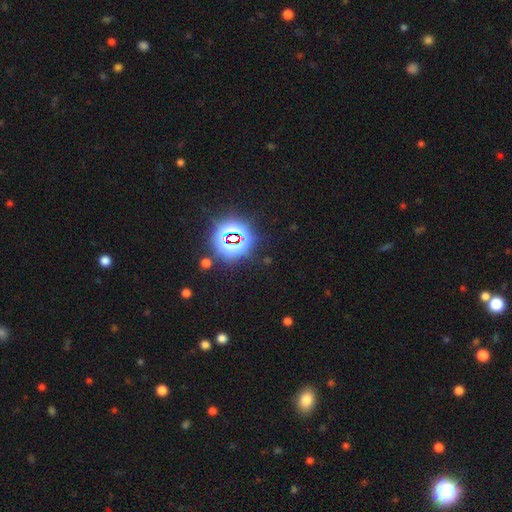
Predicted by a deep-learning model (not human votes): The model was most divided on "smooth or featured": star or artifact: 83%, smooth: 10%, featured or disk: 6%.